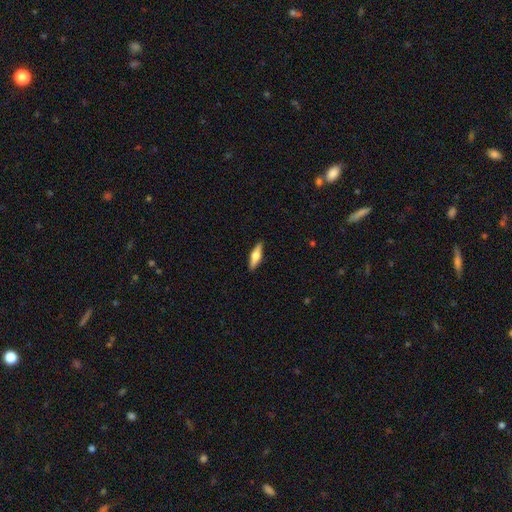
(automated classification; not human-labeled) Overall: smooth (50%; featured or disk 44%). How rounded: cigar-shaped (57%; in between 40%). Merging: none (90%).